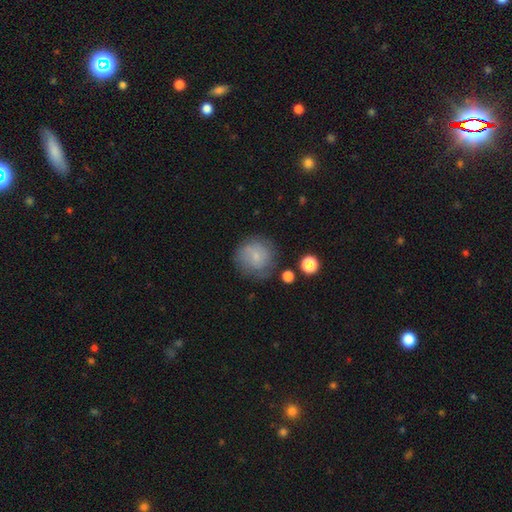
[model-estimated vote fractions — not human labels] This is likely a smooth galaxy (70%). How rounded: clearly round (91%). Merging: likely none (67%).